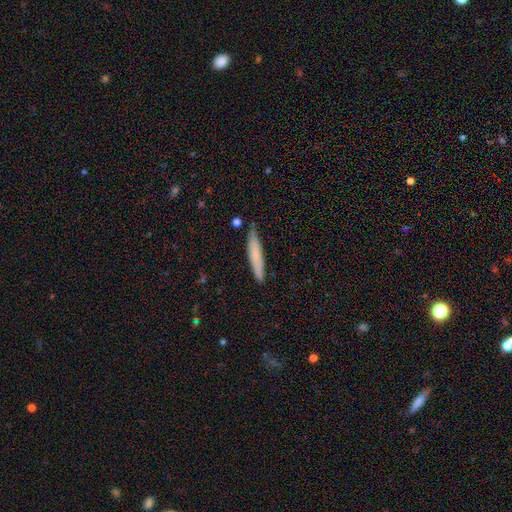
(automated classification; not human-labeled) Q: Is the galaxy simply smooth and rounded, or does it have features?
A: smooth — 72%.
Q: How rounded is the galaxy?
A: cigar-shaped — 92%.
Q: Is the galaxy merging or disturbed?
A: none — 82%.